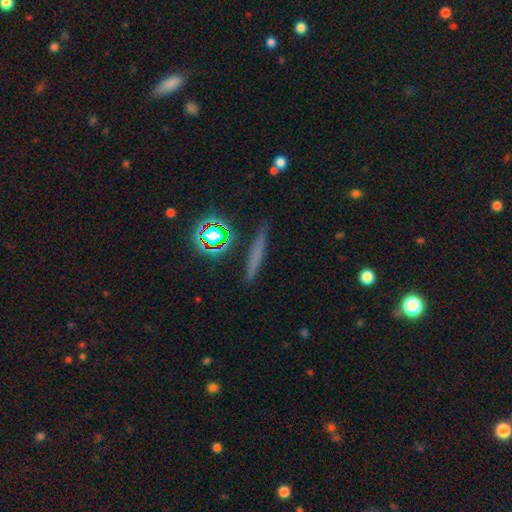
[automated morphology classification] type=smooth (51%); roundness=cigar-shaped (87%); merging=none (87%).